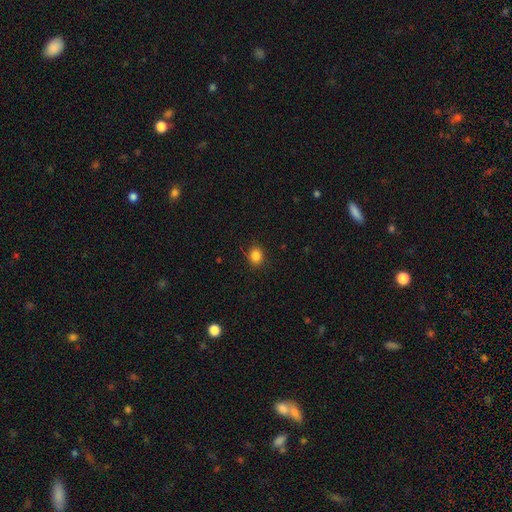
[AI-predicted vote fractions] Q: Smooth or featured?
A: smooth (85%); runner-up: star or artifact (11%)
Q: How rounded?
A: round (64%); runner-up: in between (35%)
Q: Merging?
A: none (87%); runner-up: minor disturbance (9%)